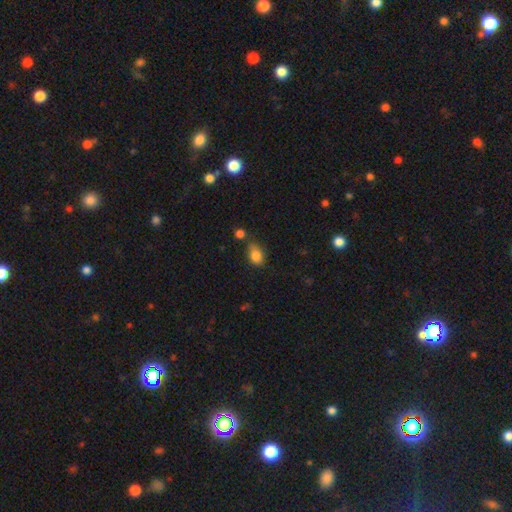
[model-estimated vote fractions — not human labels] A smooth galaxy with no disk features (84%) that is in between round and cigar-shaped (76%). Merging: none (54%).